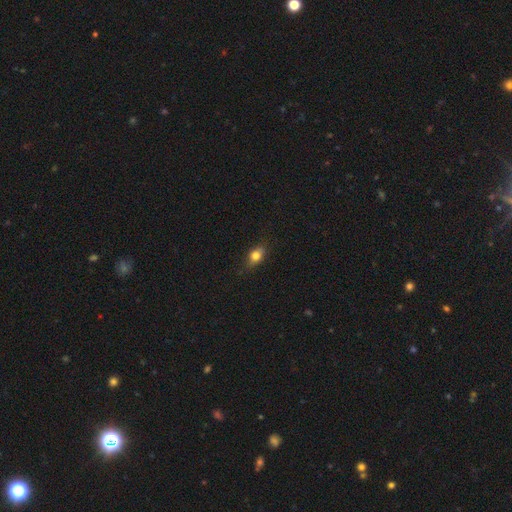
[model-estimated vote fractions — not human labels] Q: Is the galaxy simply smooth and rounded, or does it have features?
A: smooth — 74%.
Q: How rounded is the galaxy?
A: in between — 72%.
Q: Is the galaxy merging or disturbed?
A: none — 81%.